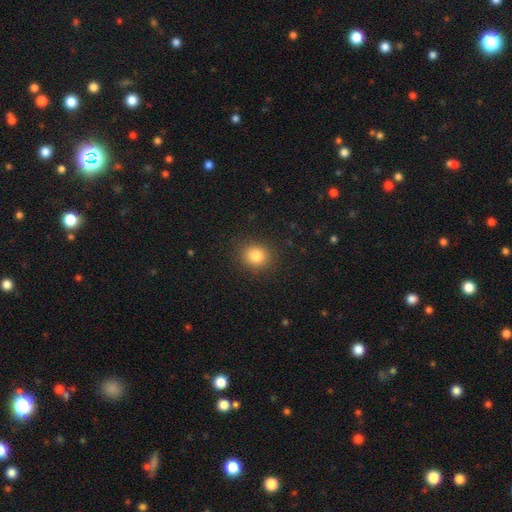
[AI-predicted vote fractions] Overall: smooth (83%). How rounded: round (76%). Merging: none (88%).